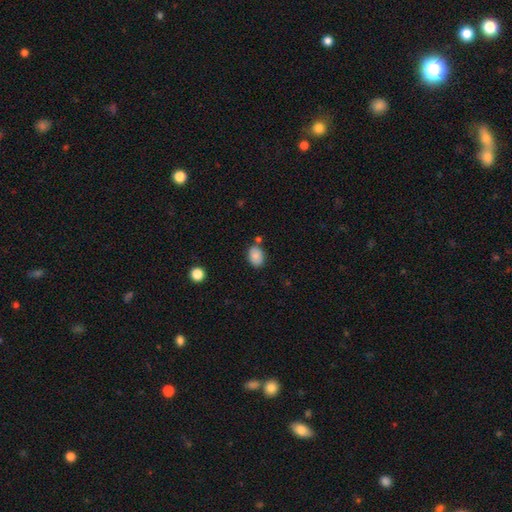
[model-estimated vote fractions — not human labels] A smooth galaxy with no disk features (83%) that is in between round and cigar-shaped (76%).

Vote fractions:
- Smooth or featured? smooth: 83% / featured or disk: 9% / star or artifact: 8%
- How rounded? in between: 76% / round: 23% / cigar-shaped: 1%
- Merging? none: 75% / minor disturbance: 14% / merger: 8% / major disturbance: 3%